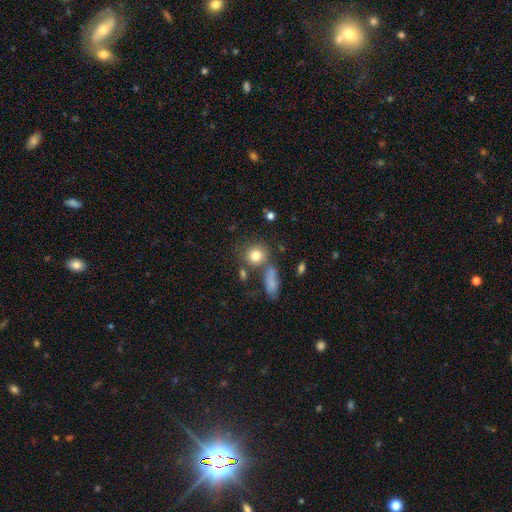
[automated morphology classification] Q: Smooth or featured?
A: smooth (81%); runner-up: star or artifact (10%)
Q: How rounded?
A: round (80%); runner-up: in between (18%)
Q: Merging?
A: none (66%); runner-up: merger (15%)